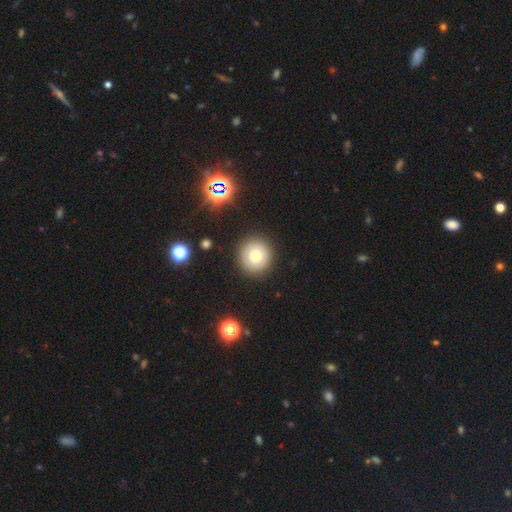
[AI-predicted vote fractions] This is likely a smooth galaxy (72%). How rounded: clearly round (94%). Merging: clearly none (90%).